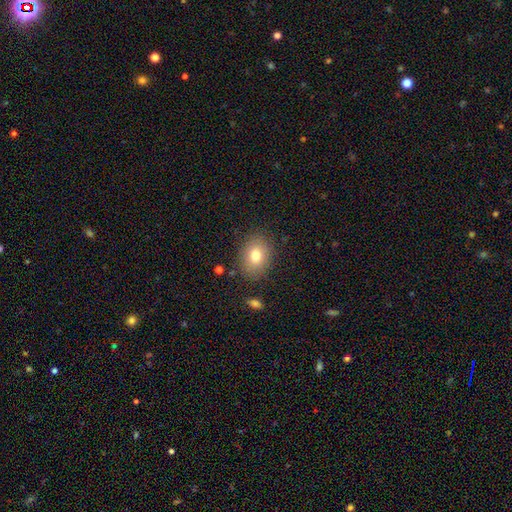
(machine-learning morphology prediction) smooth_or_featured: smooth (p=0.78) [alt: featured or disk p=0.12]
how_rounded: in between (p=0.62) [alt: round p=0.37]
merging: none (p=0.83) [alt: minor disturbance p=0.11]